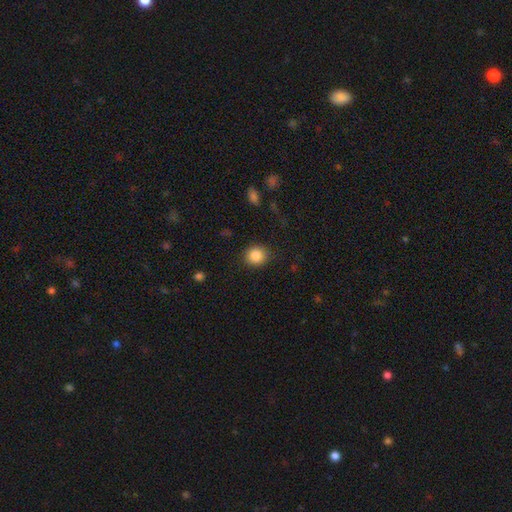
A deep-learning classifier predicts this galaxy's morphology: A smooth galaxy with no disk features (85%) that is round (86%). Merging: none (89%).